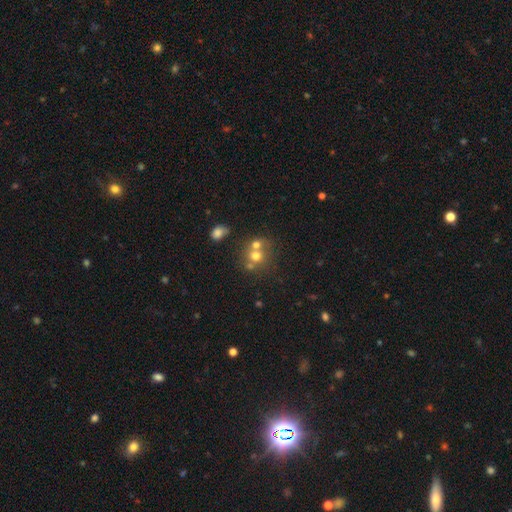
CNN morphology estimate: type=smooth (64%); roundness=round (79%); merging=merger (48%).